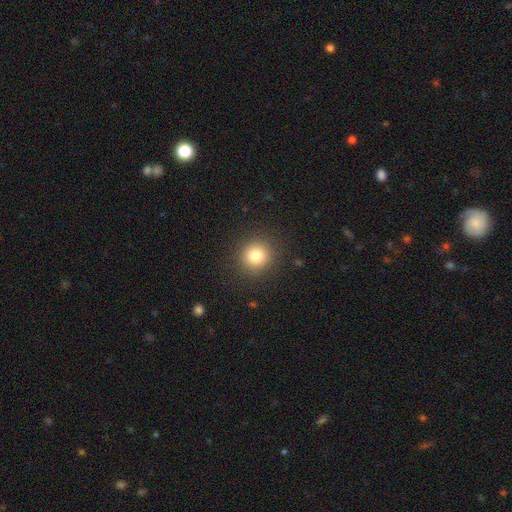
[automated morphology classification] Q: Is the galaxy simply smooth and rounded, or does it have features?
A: smooth — 81%.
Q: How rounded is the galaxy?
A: round — 91%.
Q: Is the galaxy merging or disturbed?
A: none — 90%.